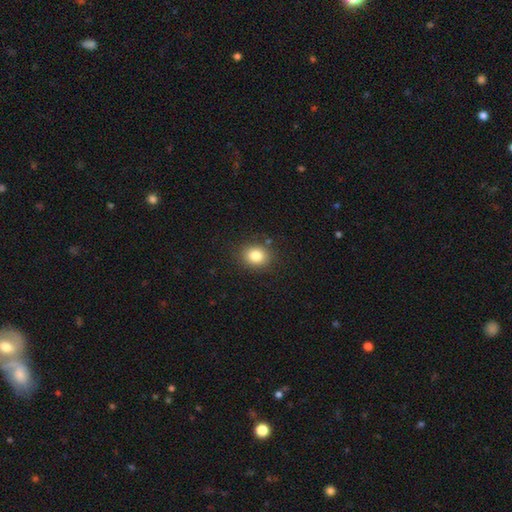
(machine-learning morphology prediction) Smooth or featured: smooth — 82% (star or artifact — 11%)
How rounded: round — 65% (in between — 34%)
Merging: none — 86% (minor disturbance — 9%)